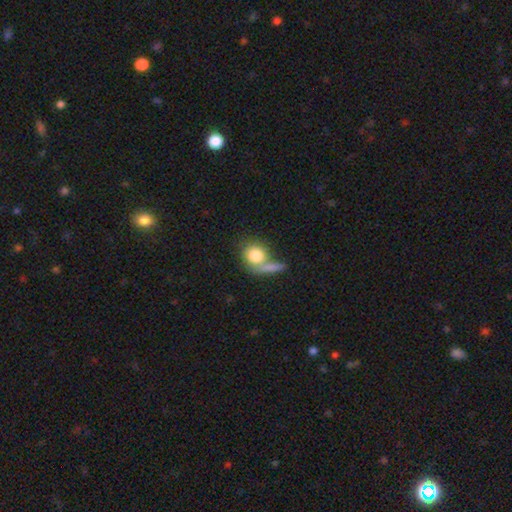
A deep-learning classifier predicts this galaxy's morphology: The model was most divided on "merging": none: 42%, merger: 36%, minor disturbance: 12%, major disturbance: 9%. More confident: smooth or featured — smooth (80%); how rounded — round (74%).